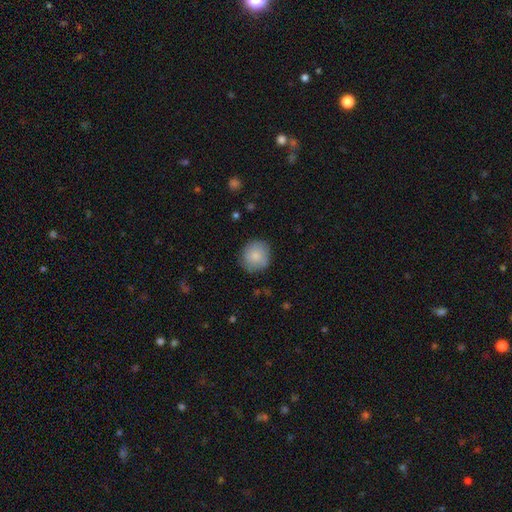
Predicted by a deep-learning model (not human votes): Smooth or featured: smooth — 82% (featured or disk — 11%)
How rounded: round — 90% (in between — 9%)
Merging: none — 82% (minor disturbance — 13%)